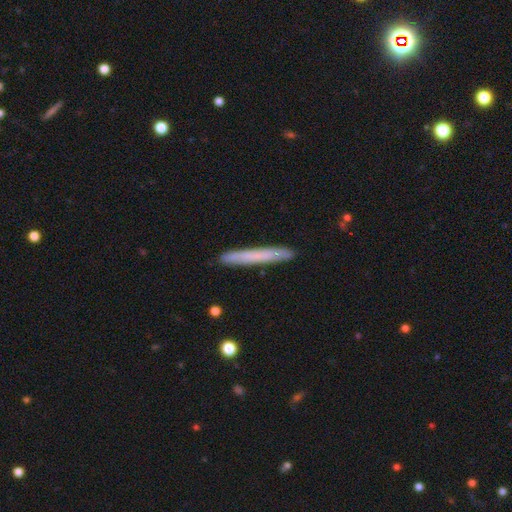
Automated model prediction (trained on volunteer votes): smooth-or-featured: smooth: 64% | featured or disk: 29% | star or artifact: 7%
  how-rounded: cigar-shaped: 97% | in between: 2% | round: 1%
  merging: none: 91% | minor disturbance: 7% | major disturbance: 1% | merger: 1%